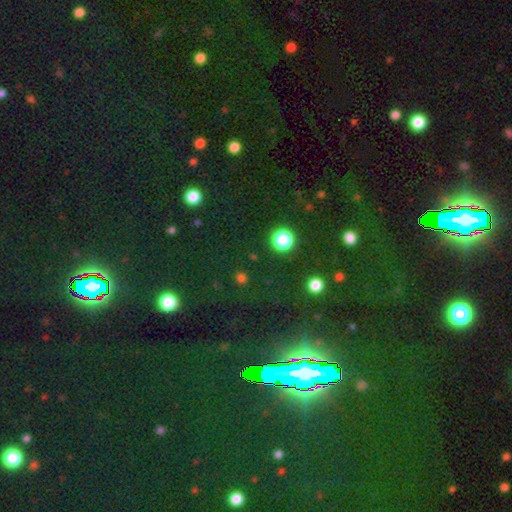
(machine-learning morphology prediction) Q: Smooth or featured?
A: star or artifact (78%); runner-up: smooth (14%)